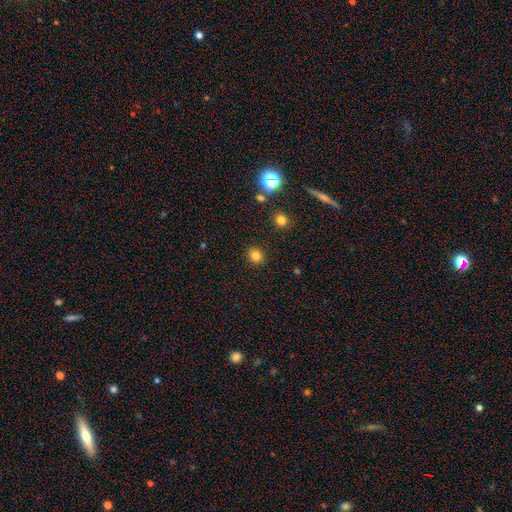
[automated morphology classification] A smooth galaxy with no disk features (80%) that is round (76%). Merging: none (90%).